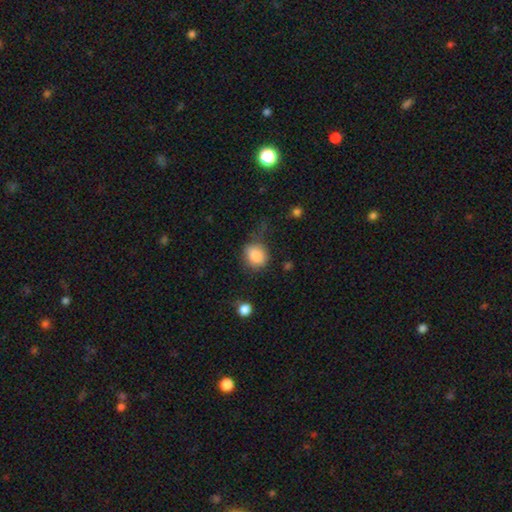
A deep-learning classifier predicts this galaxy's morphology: Overall: smooth (85%). How rounded: round (71%). Merging: none (67%).